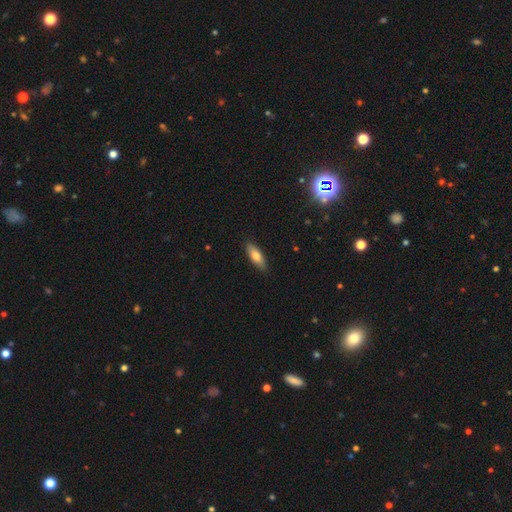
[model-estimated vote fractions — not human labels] Overall: smooth (73%). How rounded: in between (59%; cigar-shaped 39%). Merging: none (86%).